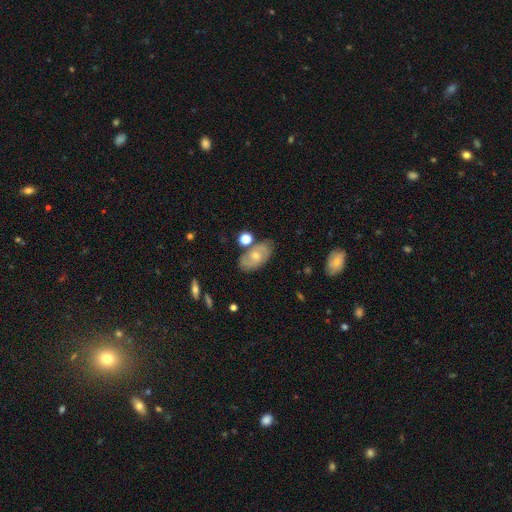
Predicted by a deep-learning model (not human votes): This is possibly a featured or disk galaxy (58%). It is clearly not viewed edge-on (94%). Bar: likely no (72%). Spiral arm pattern: likely yes (75%). Central bulge: possibly moderate (49%). Merging: likely none (73%).